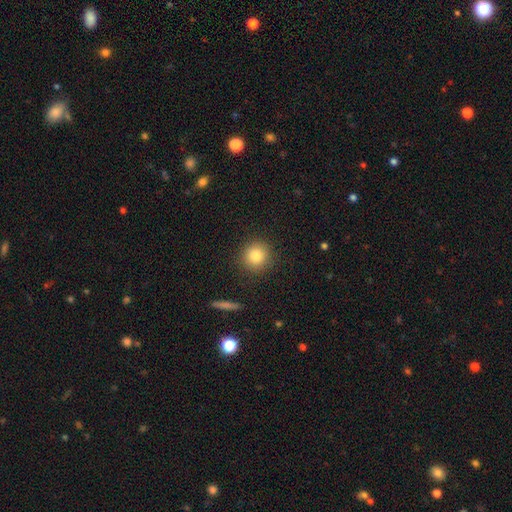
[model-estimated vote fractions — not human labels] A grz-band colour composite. It shows a smooth galaxy with no disk features (83%) that is round (92%). Merging: none (89%).